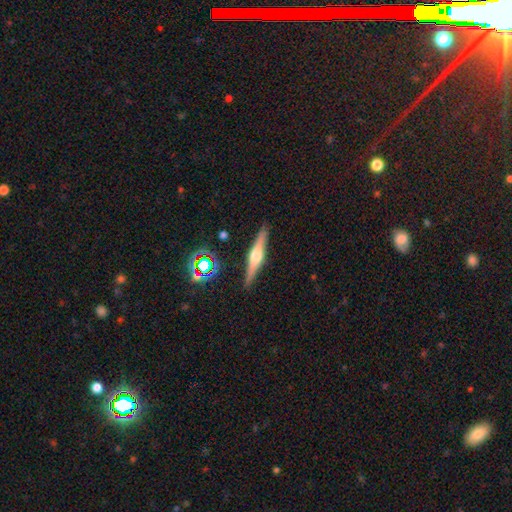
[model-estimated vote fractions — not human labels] Morphology: type=featured or disk (70%); edge-on=yes (97%); edge-on bulge=rounded (88%); merging=none (89%).